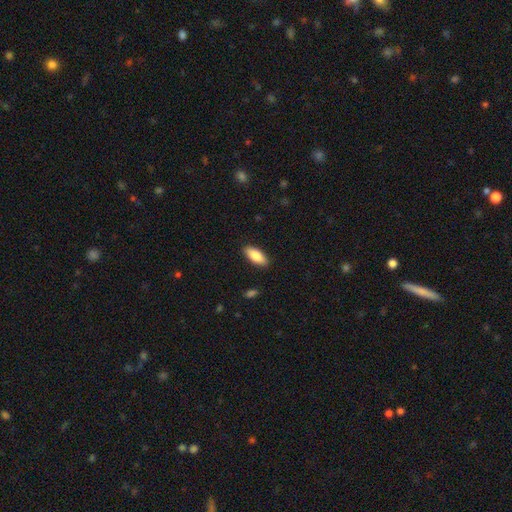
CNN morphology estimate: smooth_or_featured: smooth (p=0.83) [alt: featured or disk p=0.11]
how_rounded: in between (p=0.84) [alt: cigar-shaped p=0.14]
merging: none (p=0.89) [alt: minor disturbance p=0.08]